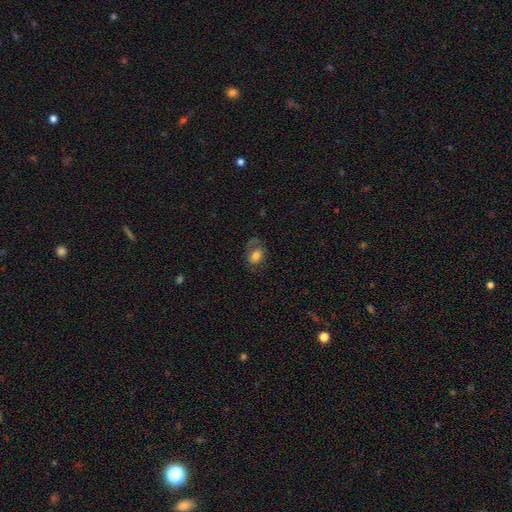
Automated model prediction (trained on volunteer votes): smooth_or_featured: smooth (p=0.65) [alt: featured or disk p=0.25]
how_rounded: in between (p=0.69) [alt: round p=0.29]
merging: none (p=0.53) [alt: major disturbance p=0.23]